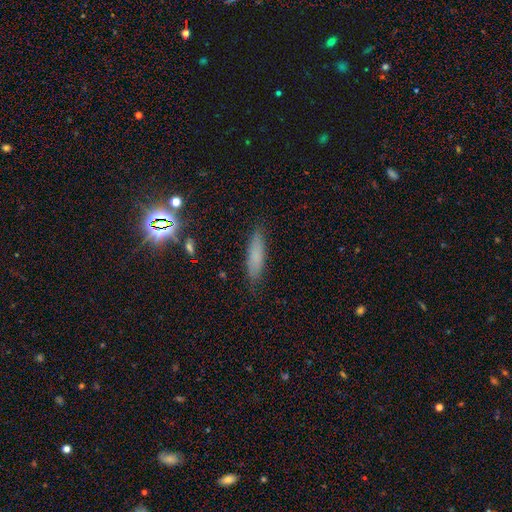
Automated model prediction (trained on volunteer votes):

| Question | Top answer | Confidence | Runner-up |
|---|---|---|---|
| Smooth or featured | smooth | 71% | featured or disk (16%) |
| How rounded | cigar-shaped | 75% | in between (23%) |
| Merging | none | 83% | minor disturbance (13%) |